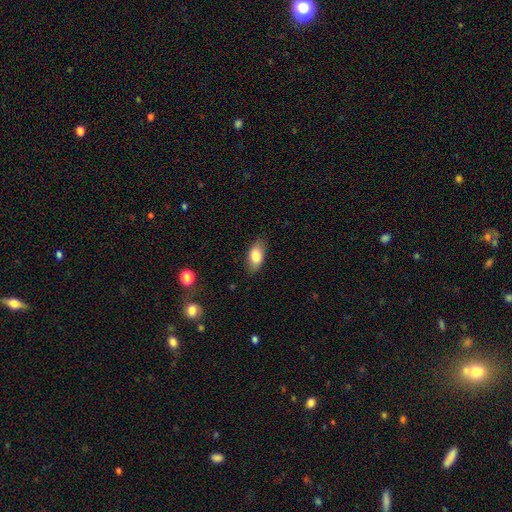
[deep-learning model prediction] Morphology: type=smooth (82%); roundness=in between (88%); merging=none (83%).